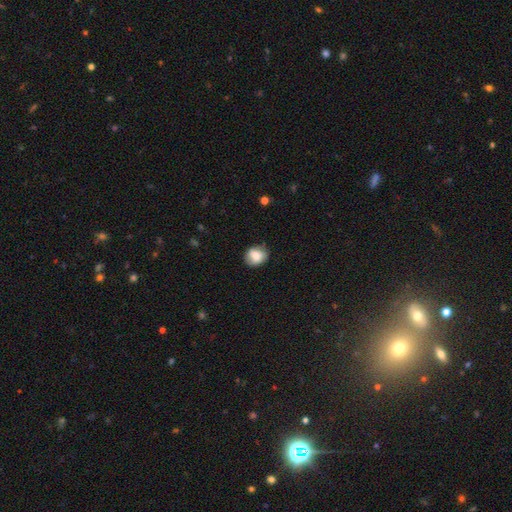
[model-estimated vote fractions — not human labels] A smooth galaxy with no disk features (76%) that is round (56%).

Vote fractions:
- Smooth or featured? smooth: 76% / featured or disk: 16% / star or artifact: 8%
- How rounded? round: 56% / in between: 43% / cigar-shaped: 1%
- Merging? none: 72% / minor disturbance: 22% / major disturbance: 5% / merger: 1%